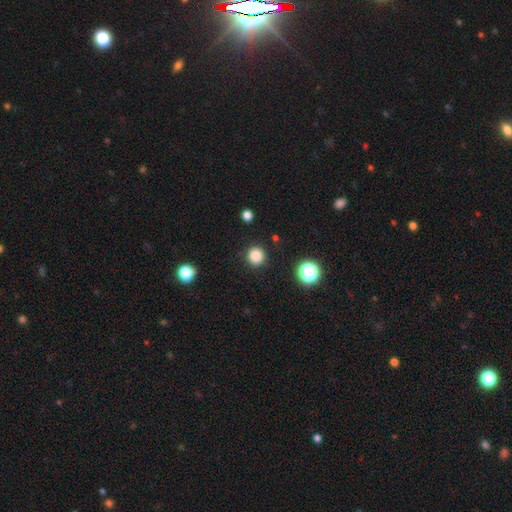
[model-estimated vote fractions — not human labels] smooth 84%, star or artifact 12%, featured or disk 4%. Down the decision tree: how rounded — round (94%); merging — none (90%).